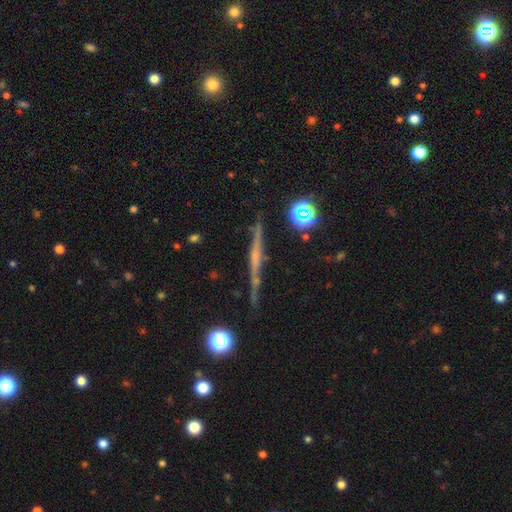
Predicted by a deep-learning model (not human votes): smooth_or_featured: featured or disk (p=0.64) [alt: smooth p=0.23]
disk_edge_on: yes (p=0.96) [alt: no p=0.04]
edge_on_bulge: none (p=0.56) [alt: rounded p=0.30]
merging: none (p=0.82) [alt: minor disturbance p=0.12]